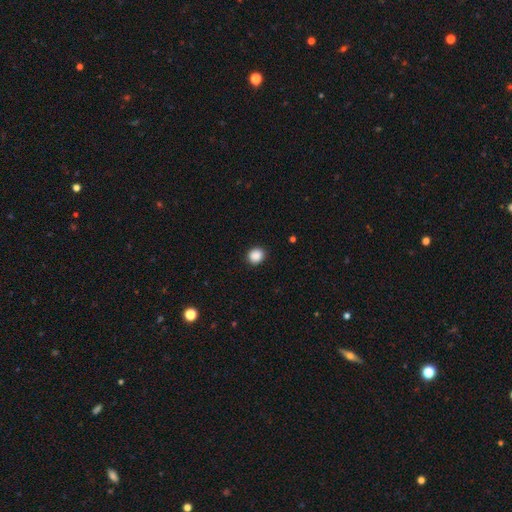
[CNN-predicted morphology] smooth-or-featured: smooth: 89% | star or artifact: 9% | featured or disk: 2%
  how-rounded: round: 81% | in between: 18% | cigar-shaped: 1%
  merging: none: 90% | minor disturbance: 7% | major disturbance: 2% | merger: 1%